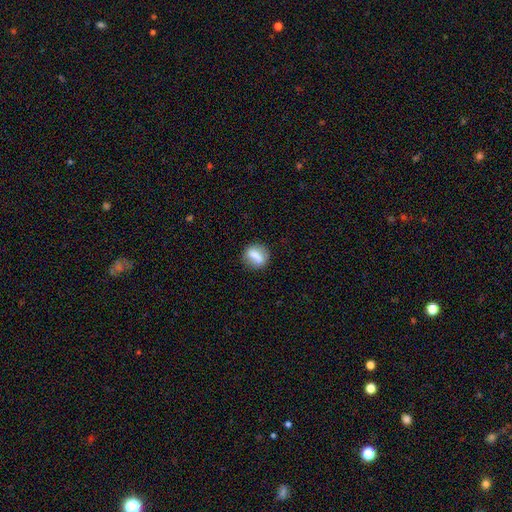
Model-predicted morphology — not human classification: A smooth galaxy with no disk features (73%) that is round (53%). Merging: none (77%).